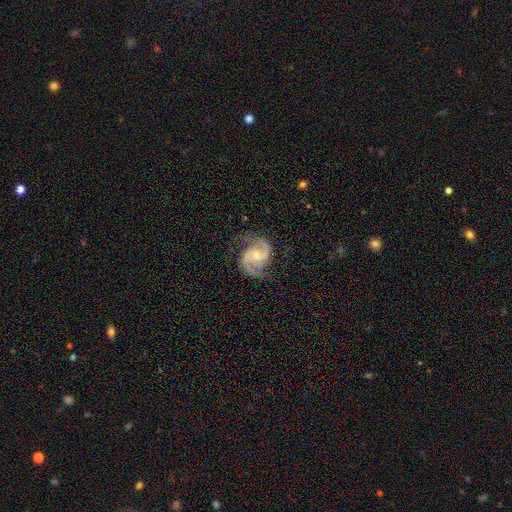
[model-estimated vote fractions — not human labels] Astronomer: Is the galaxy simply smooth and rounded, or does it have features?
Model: featured or disk — 91%.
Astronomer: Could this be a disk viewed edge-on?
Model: no — 98%.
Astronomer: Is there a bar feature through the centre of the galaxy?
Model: no — 51% (runner-up: weak, 40%).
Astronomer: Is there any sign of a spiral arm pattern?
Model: yes — 98%.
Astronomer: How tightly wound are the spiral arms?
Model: medium — 59%.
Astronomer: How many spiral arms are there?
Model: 2 — 91%.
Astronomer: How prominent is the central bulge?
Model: small — 51% (runner-up: moderate, 44%).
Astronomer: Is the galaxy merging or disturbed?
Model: none — 72%.